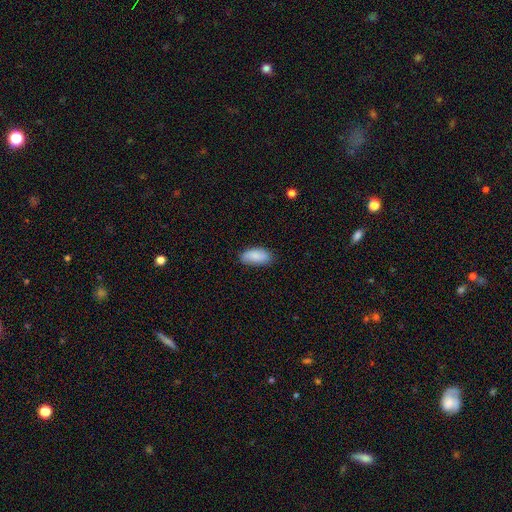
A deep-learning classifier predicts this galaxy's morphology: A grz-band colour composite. It shows a smooth galaxy with no disk features (83%) that is in between round and cigar-shaped (92%). Merging: none (74%).